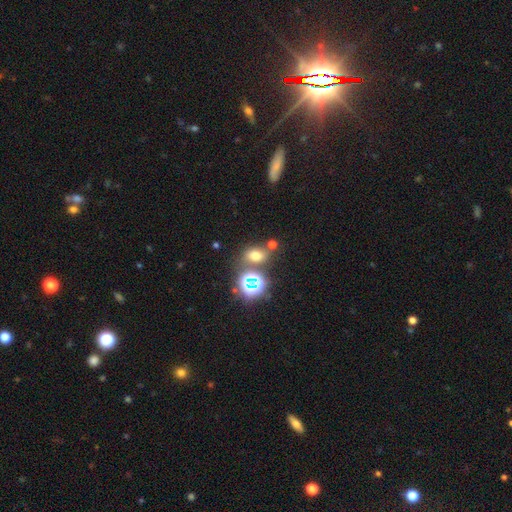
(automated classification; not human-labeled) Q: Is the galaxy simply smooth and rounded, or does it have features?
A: smooth — 61%.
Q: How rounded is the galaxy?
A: in between — 63%.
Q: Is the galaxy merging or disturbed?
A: none — 67%.